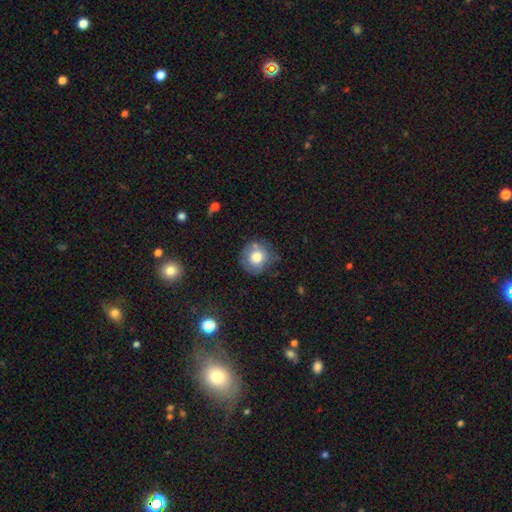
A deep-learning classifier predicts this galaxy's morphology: type=smooth (75%); roundness=round (87%); merging=none (63%).